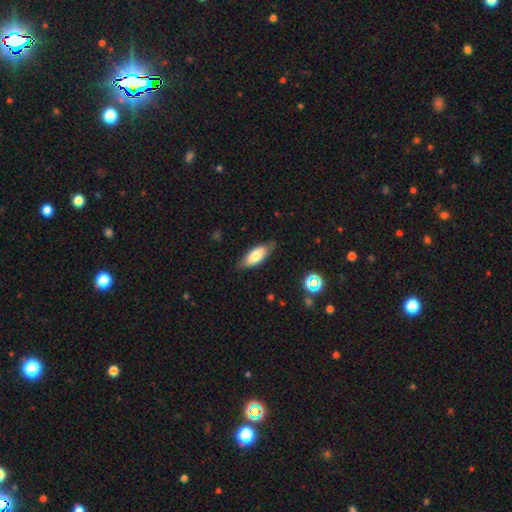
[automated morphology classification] Smooth or featured? smooth (74%)
How rounded? in between (80%)
Merging? none (78%)